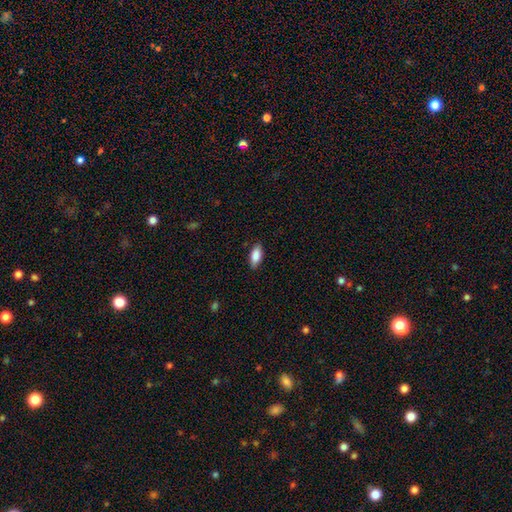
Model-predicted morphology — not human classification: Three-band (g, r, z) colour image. It shows a smooth galaxy with no disk features (86%) that is in between round and cigar-shaped (84%). Merging: none (86%).